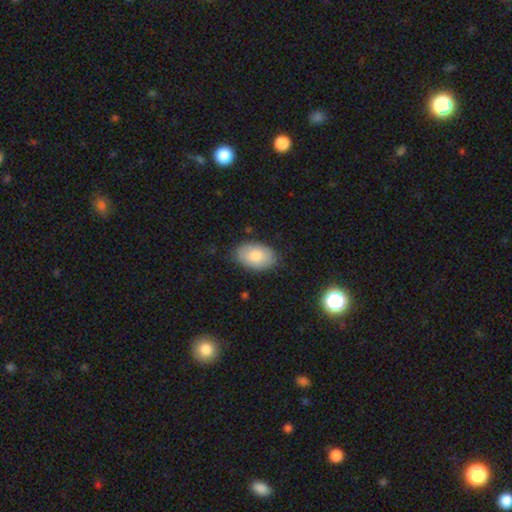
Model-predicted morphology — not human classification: smooth 81%, featured or disk 12%, star or artifact 7%. Down the decision tree: how rounded — in between (91%); merging — none (83%).